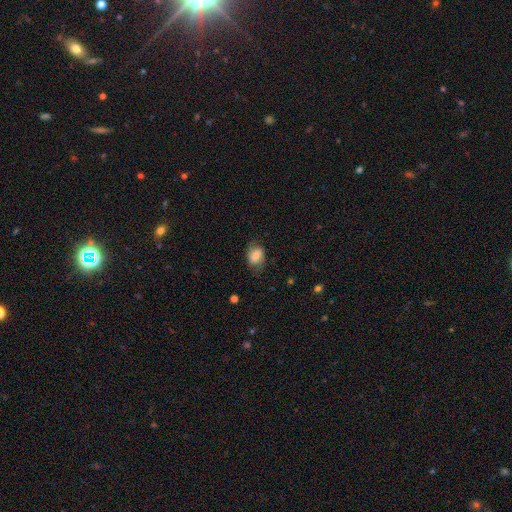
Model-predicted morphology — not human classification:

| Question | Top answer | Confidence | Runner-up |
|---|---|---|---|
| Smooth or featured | smooth | 69% | featured or disk (23%) |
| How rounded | in between | 73% | round (26%) |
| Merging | none | 67% | minor disturbance (24%) |